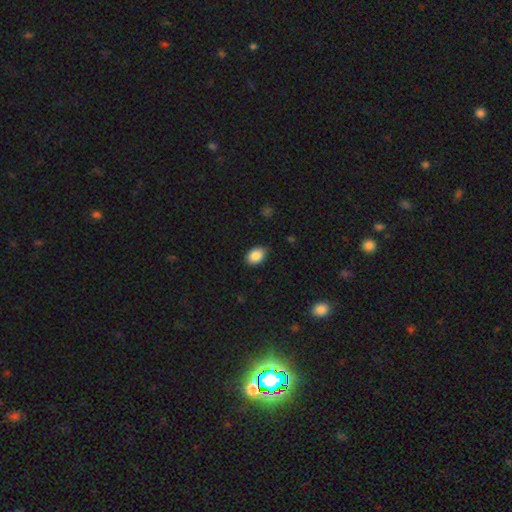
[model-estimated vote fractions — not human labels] Smooth or featured? smooth (88%)
How rounded? in between (79%)
Merging? none (84%)